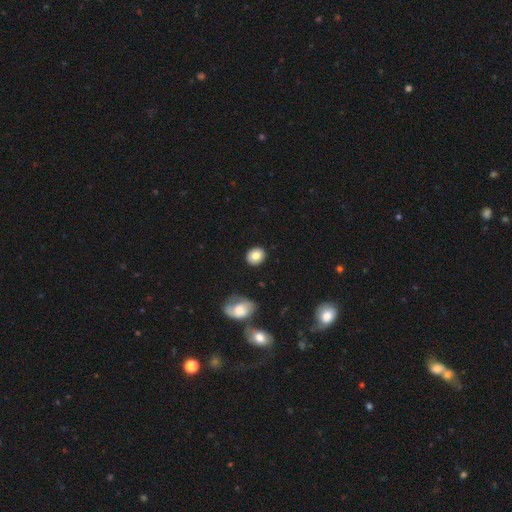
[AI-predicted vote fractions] The model was most divided on "how rounded": round: 73%, in between: 26%, cigar-shaped: 1%. More confident: merging — none (88%); smooth or featured — smooth (79%).